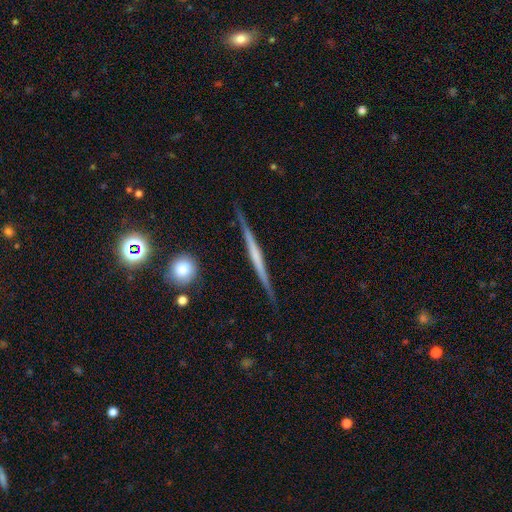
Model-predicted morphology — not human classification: The model was most divided on "smooth or featured": featured or disk: 69%, smooth: 24%, star or artifact: 7%. More confident: edge-on disk — yes (97%); merging — none (86%); edge-on bulge — none (67%).